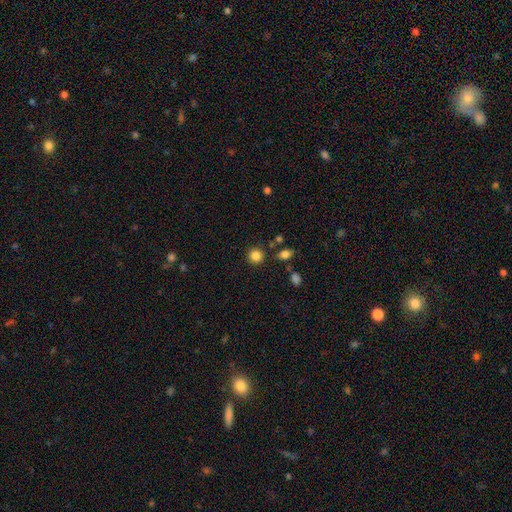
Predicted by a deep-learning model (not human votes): smooth 85%, star or artifact 11%, featured or disk 4%. Down the decision tree: how rounded — round (90%); merging — none (85%).